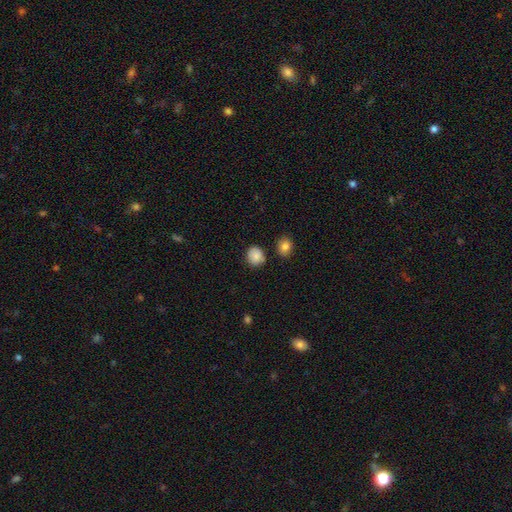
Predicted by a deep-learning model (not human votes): smooth 86%, star or artifact 8%, featured or disk 6%. Down the decision tree: how rounded — round (72%); merging — none (80%).